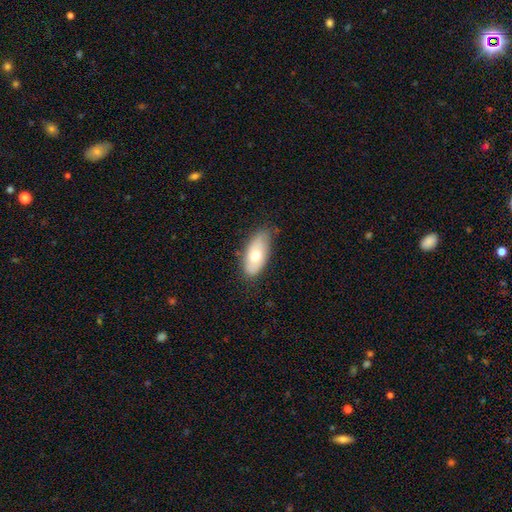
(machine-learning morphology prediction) A smooth galaxy with no disk features (68%) that is in between round and cigar-shaped (90%). Merging: none (72%).